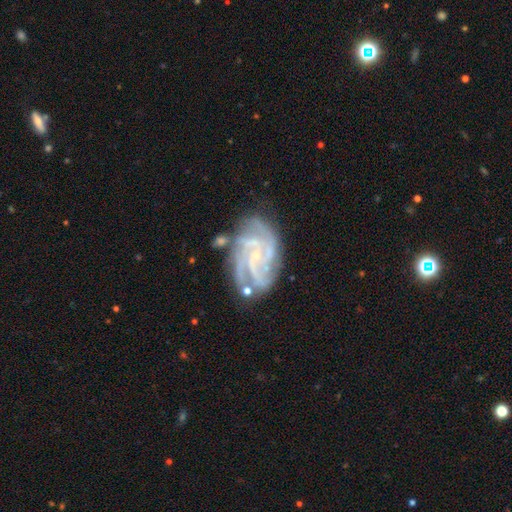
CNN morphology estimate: This is clearly a featured or disk galaxy (88%). It is clearly not viewed edge-on (98%). Bar: possibly no (51%). Spiral arm pattern: clearly yes (98%). Spiral arm count: marginally 4 (39%). Spiral winding: possibly tight (57%). Central bulge: likely small (76%). Merging: likely none (68%).